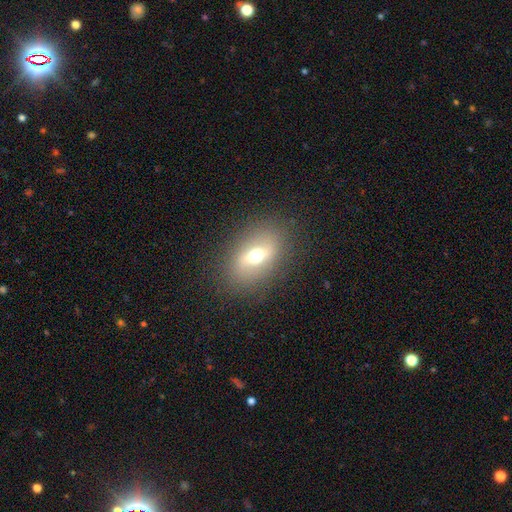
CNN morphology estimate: A smooth galaxy with no disk features (47%). Merging: none (84%).